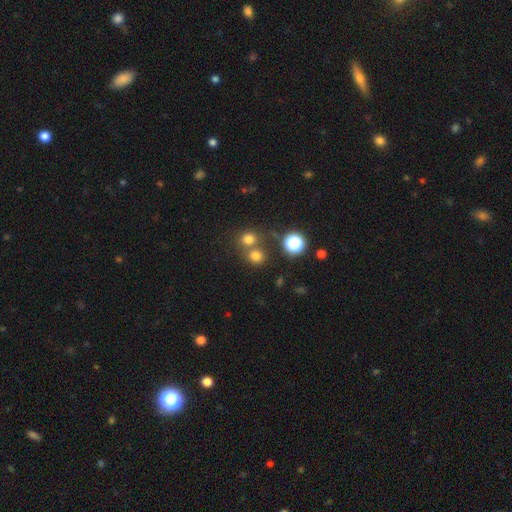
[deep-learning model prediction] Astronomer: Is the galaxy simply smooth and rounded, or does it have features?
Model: smooth — 72%.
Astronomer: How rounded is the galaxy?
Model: round — 82%.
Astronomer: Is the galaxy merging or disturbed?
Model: none — 58%.